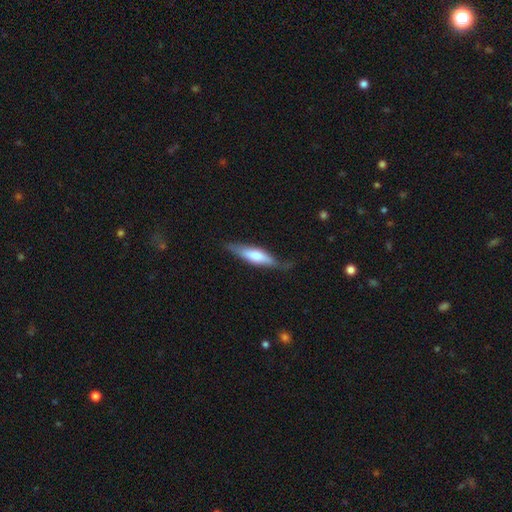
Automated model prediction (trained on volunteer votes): The model was most divided on "smooth or featured": smooth: 56%, featured or disk: 39%, star or artifact: 5%. More confident: how rounded — cigar-shaped (68%); merging — none (67%).